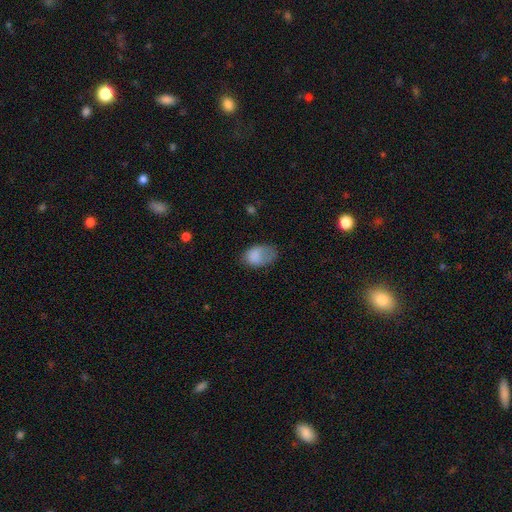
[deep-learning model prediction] This appears to be a smooth galaxy with no disk features (80%) that is in between round and cigar-shaped (87%). Merging: none (40%).